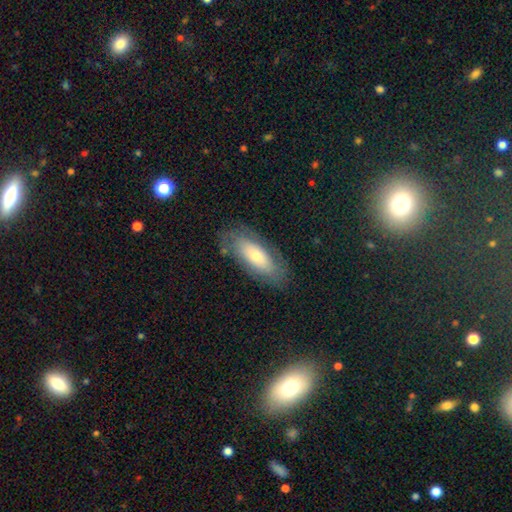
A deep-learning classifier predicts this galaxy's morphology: smooth 59%, featured or disk 34%, star or artifact 8%. Down the decision tree: how rounded — in between (75%); merging — none (77%).